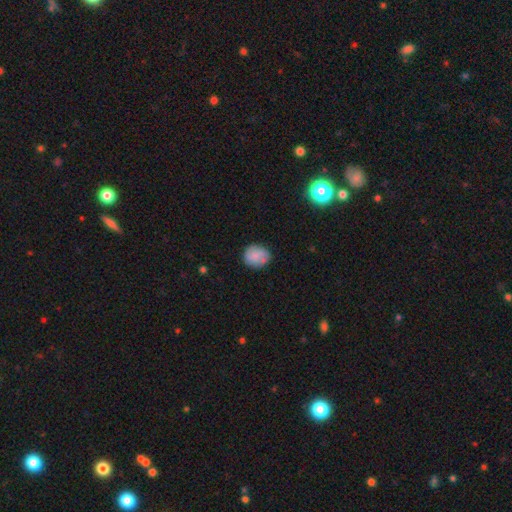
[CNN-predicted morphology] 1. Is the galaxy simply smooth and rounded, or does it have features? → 78% smooth, 15% featured or disk, 8% star or artifact.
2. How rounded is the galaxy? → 77% round, 22% in between, 1% cigar-shaped.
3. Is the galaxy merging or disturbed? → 77% none, 17% minor disturbance, 4% major disturbance, 2% merger.